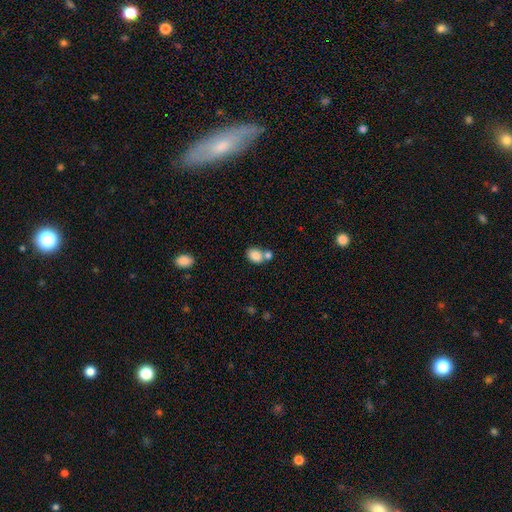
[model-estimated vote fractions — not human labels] smooth-or-featured: smooth: 84% | star or artifact: 9% | featured or disk: 7%
  how-rounded: in between: 63% | round: 36% | cigar-shaped: 1%
  merging: merger: 44% | none: 42% | minor disturbance: 10% | major disturbance: 4%